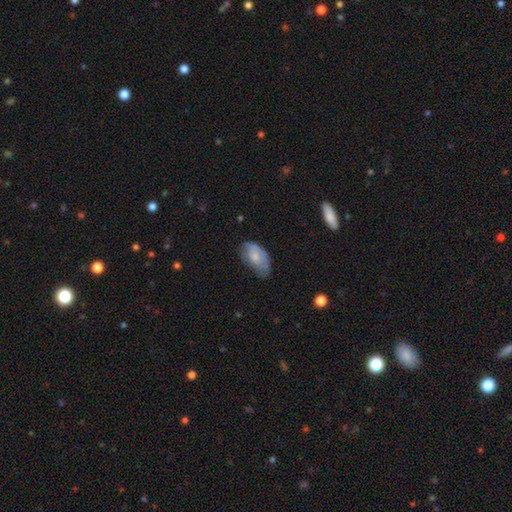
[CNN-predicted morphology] Smooth or featured: smooth — 66% (featured or disk — 27%)
How rounded: in between — 93% (round — 4%)
Merging: none — 47% (minor disturbance — 37%)